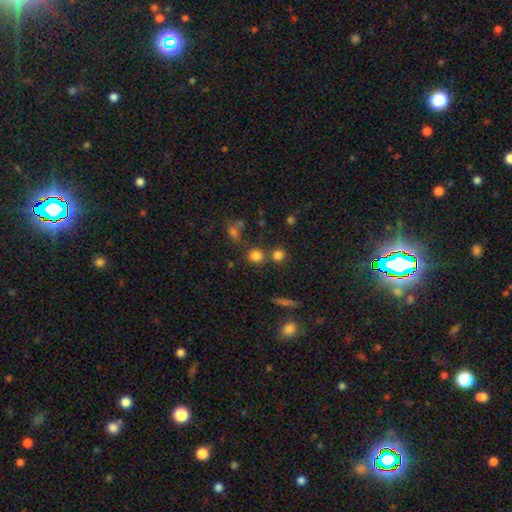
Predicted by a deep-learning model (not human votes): Q: Smooth or featured?
A: smooth (77%); runner-up: star or artifact (16%)
Q: How rounded?
A: round (82%); runner-up: in between (16%)
Q: Merging?
A: none (67%); runner-up: merger (19%)